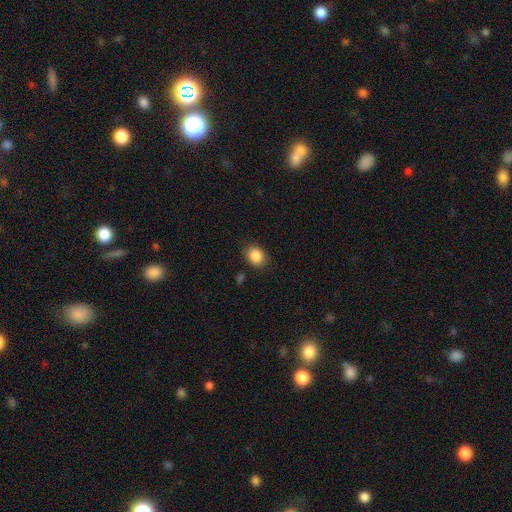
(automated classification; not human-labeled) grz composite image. It shows a smooth galaxy with no disk features (87%) that is in between round and cigar-shaped (50%). Merging: none (83%).